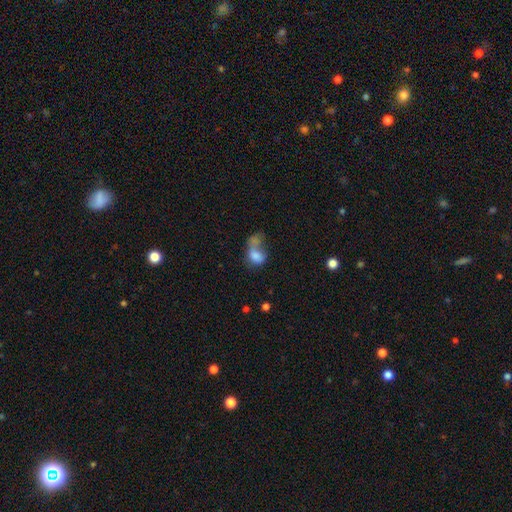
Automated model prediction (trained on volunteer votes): Smooth or featured?
  - smooth: 72% *
  - featured or disk: 17%
  - star or artifact: 10%
How rounded?
  - in between: 72% *
  - round: 26%
  - cigar-shaped: 2%
Merging?
  - merger: 57% *
  - major disturbance: 18%
  - none: 15%
  - minor disturbance: 10%